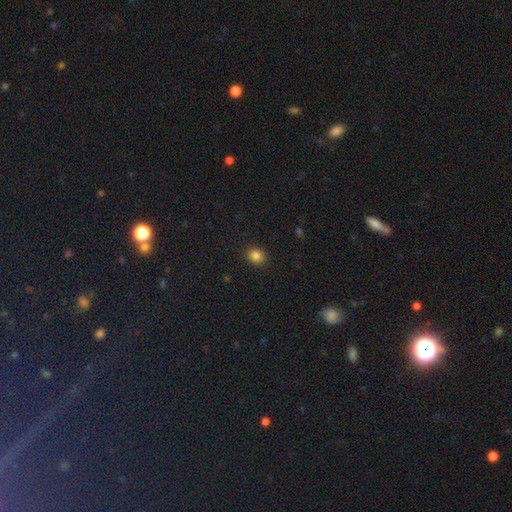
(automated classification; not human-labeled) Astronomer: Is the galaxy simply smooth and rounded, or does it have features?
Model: smooth — 84%.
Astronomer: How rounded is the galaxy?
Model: round — 64%.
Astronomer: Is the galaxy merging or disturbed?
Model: none — 90%.